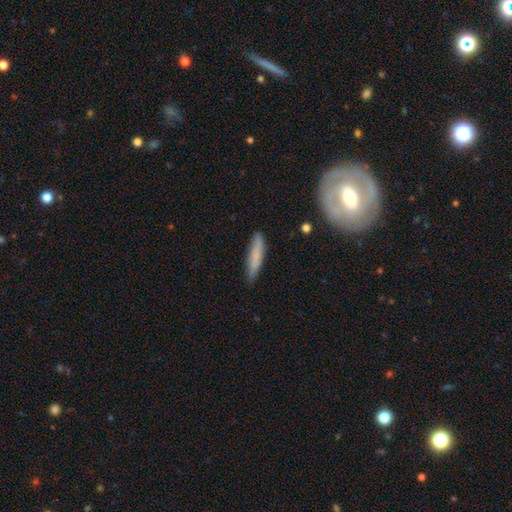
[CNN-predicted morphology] Smooth or featured?
  - smooth: 74% *
  - featured or disk: 20%
  - star or artifact: 7%
How rounded?
  - cigar-shaped: 85% *
  - in between: 13%
  - round: 2%
Merging?
  - none: 82% *
  - minor disturbance: 14%
  - major disturbance: 3%
  - merger: 2%